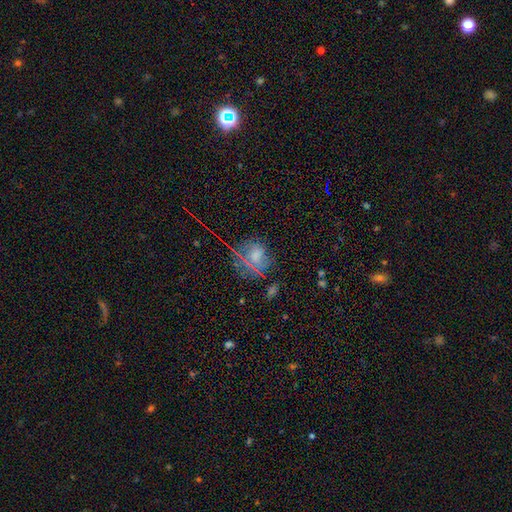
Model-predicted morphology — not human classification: type=smooth (41%); merging=none (62%).